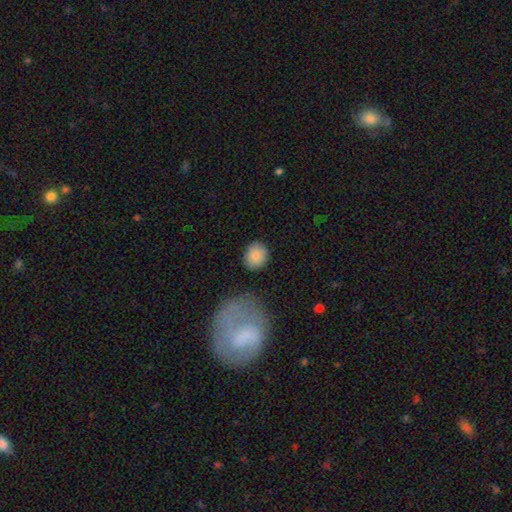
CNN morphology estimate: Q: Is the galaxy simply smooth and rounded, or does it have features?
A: smooth — 86%.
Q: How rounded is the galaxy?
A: round — 80%.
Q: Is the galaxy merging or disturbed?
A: none — 86%.